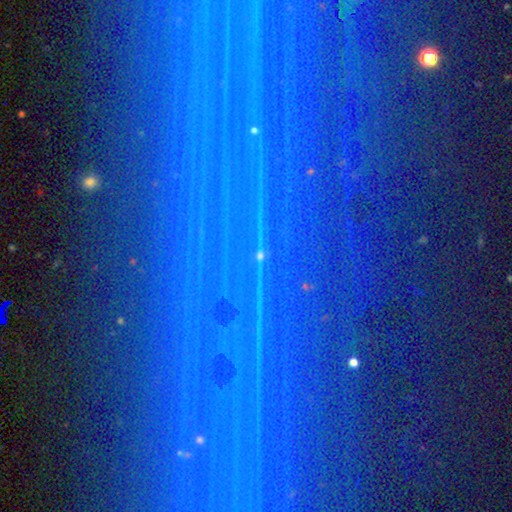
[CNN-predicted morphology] type=star or artifact (83%).